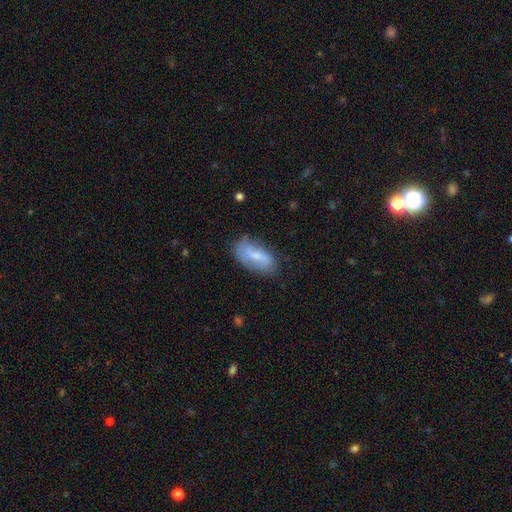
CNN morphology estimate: Smooth or featured? Predicted: smooth (p=0.53). How rounded? Predicted: in between (p=0.90). Merging? Predicted: none (p=0.65).